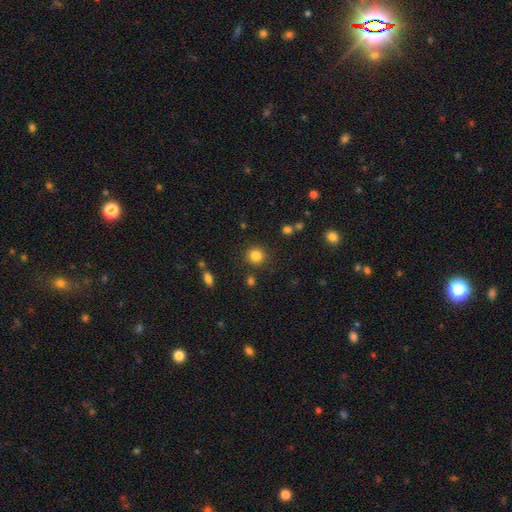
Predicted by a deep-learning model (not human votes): smooth-or-featured: smooth: 83% | star or artifact: 12% | featured or disk: 5%
  how-rounded: round: 91% | in between: 8% | cigar-shaped: 1%
  merging: none: 87% | minor disturbance: 7% | merger: 3% | major disturbance: 3%